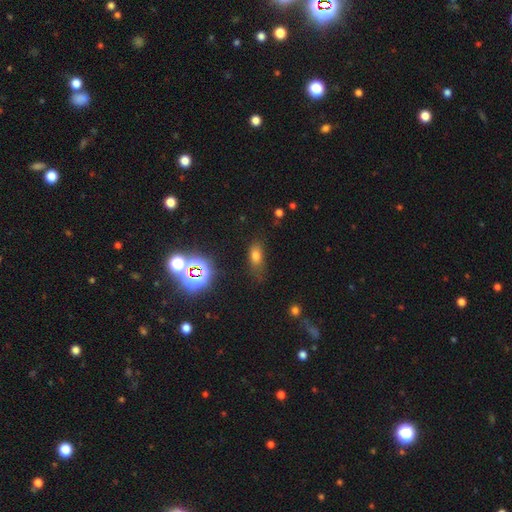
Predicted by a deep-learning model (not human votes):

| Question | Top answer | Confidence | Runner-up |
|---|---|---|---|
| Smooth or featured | smooth | 67% | star or artifact (23%) |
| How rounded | in between | 78% | round (11%) |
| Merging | none | 64% | minor disturbance (23%) |